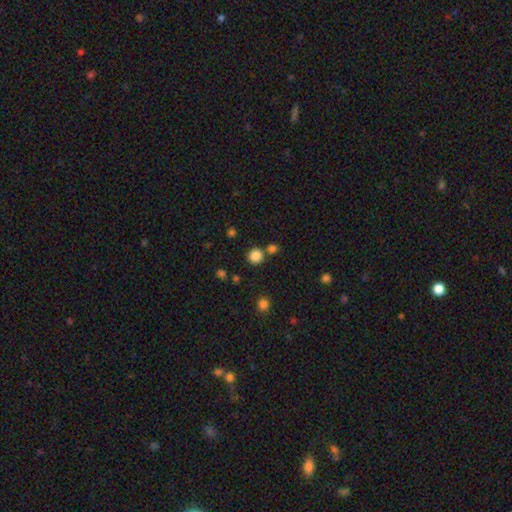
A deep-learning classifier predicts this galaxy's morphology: smooth_or_featured: smooth (p=0.84) [alt: star or artifact p=0.12]
how_rounded: round (p=0.91) [alt: in between p=0.08]
merging: none (p=0.76) [alt: merger p=0.14]